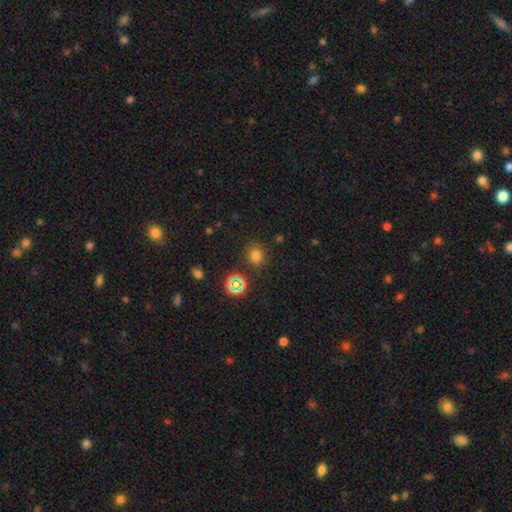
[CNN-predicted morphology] Q: Smooth or featured?
A: smooth (71%); runner-up: star or artifact (22%)
Q: How rounded?
A: round (78%); runner-up: in between (21%)
Q: Merging?
A: none (83%); runner-up: minor disturbance (10%)